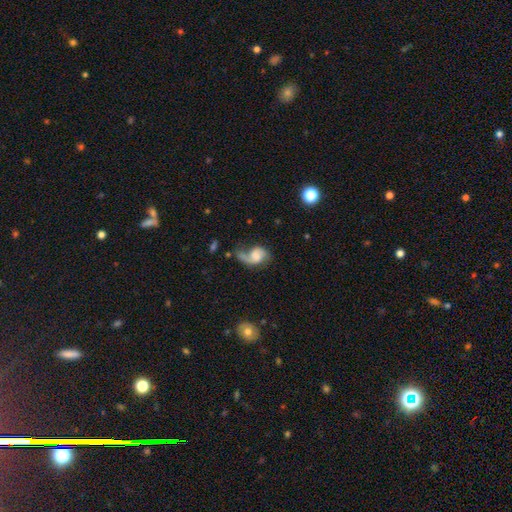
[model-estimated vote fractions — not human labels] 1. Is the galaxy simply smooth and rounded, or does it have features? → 65% featured or disk, 26% smooth, 9% star or artifact.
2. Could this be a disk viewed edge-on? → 97% no, 3% yes.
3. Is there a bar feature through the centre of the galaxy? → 59% no, 33% weak, 7% strong.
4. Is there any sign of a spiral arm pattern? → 91% yes, 9% no.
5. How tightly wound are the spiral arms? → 60% loose, 30% medium, 10% tight.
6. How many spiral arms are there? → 55% 2, 39% 1, 4% can't tell, 1% 3, 1% 4, 1% more than 4.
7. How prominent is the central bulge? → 30% none, 23% moderate, 23% small, 18% large, 5% dominant.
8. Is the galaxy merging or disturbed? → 37% none, 32% major disturbance, 23% minor disturbance, 8% merger.